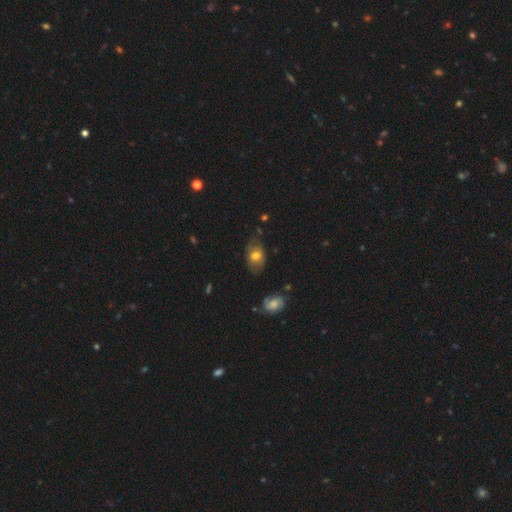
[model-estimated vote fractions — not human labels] The model was most divided on "smooth or featured": smooth: 64%, featured or disk: 27%, star or artifact: 9%. More confident: how rounded — in between (83%); merging — none (64%).